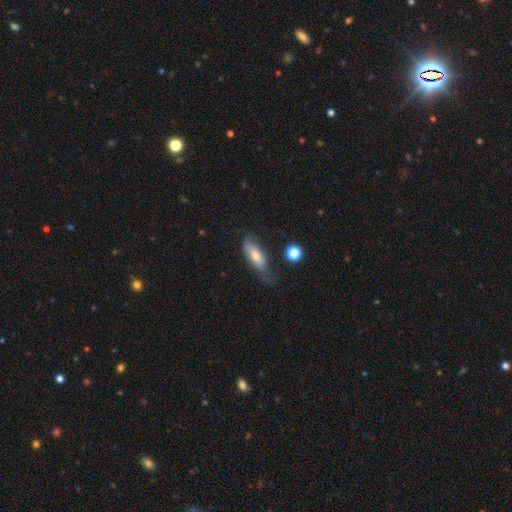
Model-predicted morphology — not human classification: Smooth or featured?
  - smooth: 57% *
  - featured or disk: 35%
  - star or artifact: 9%
How rounded?
  - in between: 60% *
  - cigar-shaped: 37%
  - round: 3%
Merging?
  - none: 49% *
  - minor disturbance: 30%
  - major disturbance: 17%
  - merger: 4%